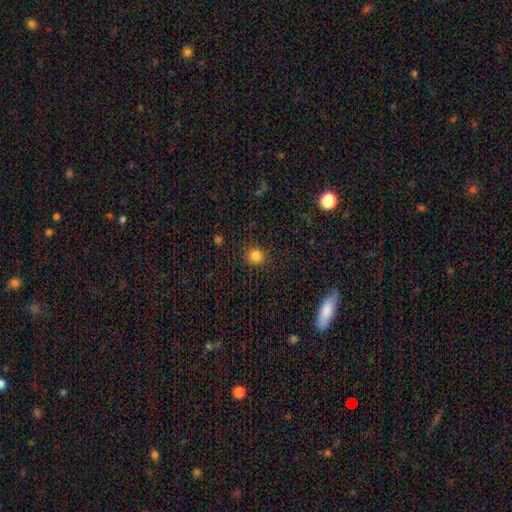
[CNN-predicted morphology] A smooth galaxy with no disk features (82%) that is round (81%). Merging: none (88%).